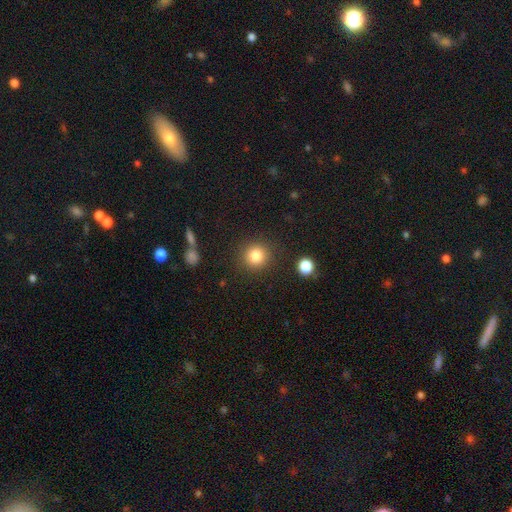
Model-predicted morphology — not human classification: This is clearly a smooth galaxy (83%). How rounded: clearly round (92%). Merging: clearly none (88%).